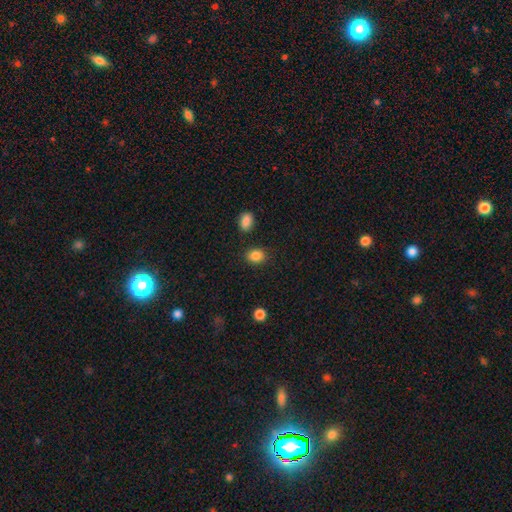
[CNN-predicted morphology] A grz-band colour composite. It shows a smooth galaxy with no disk features (86%) that is in between round and cigar-shaped (50%). Merging: none (85%).